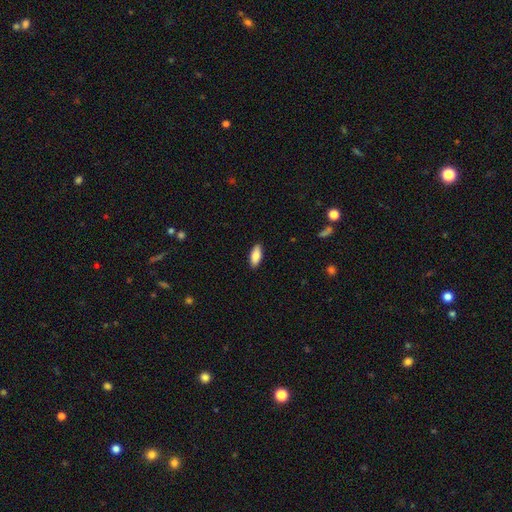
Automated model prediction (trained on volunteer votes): Smooth or featured? smooth (87%)
How rounded? in between (83%)
Merging? none (89%)